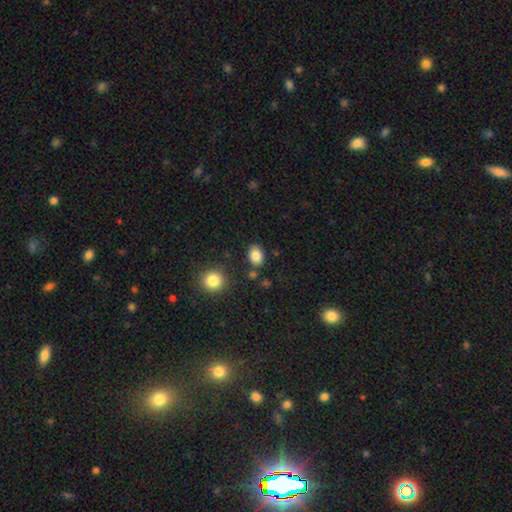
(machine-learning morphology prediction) smooth 85%, star or artifact 9%, featured or disk 6%. Down the decision tree: how rounded — in between (70%); merging — none (81%).